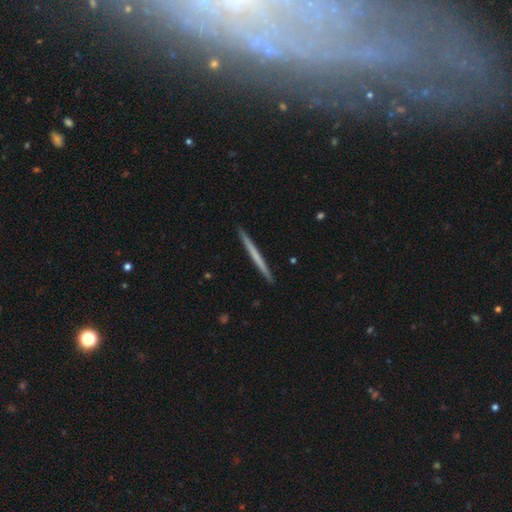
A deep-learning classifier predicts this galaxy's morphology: Smooth or featured: smooth — 49% (featured or disk — 46%)
Merging: none — 93% (minor disturbance — 5%)